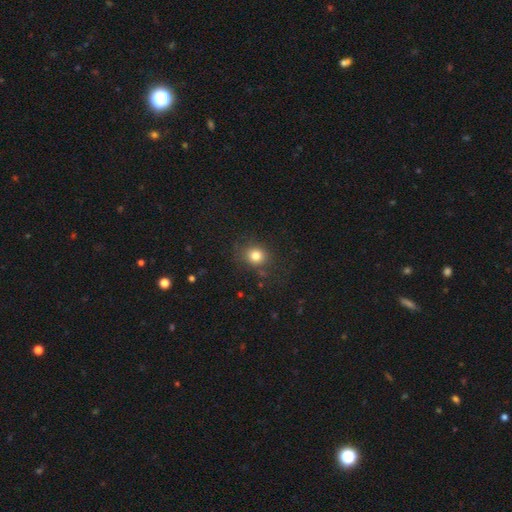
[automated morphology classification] This is clearly a smooth galaxy (81%). How rounded: likely round (79%). Merging: clearly none (80%).